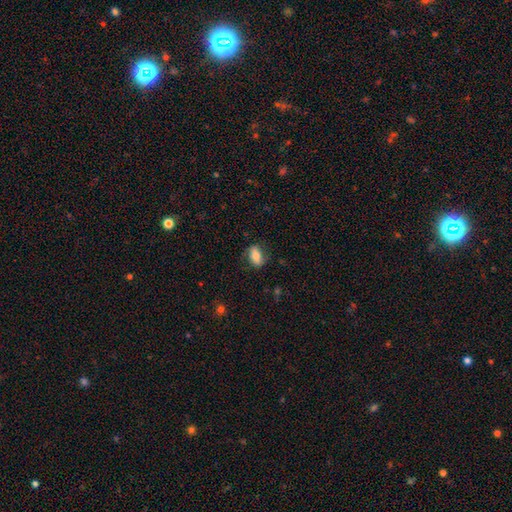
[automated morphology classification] smooth-or-featured: smooth: 68% | featured or disk: 25% | star or artifact: 7%
  how-rounded: in between: 84% | cigar-shaped: 8% | round: 8%
  merging: none: 74% | minor disturbance: 18% | major disturbance: 7% | merger: 1%